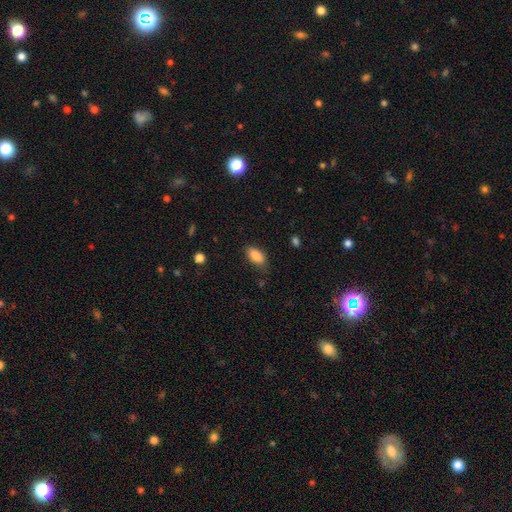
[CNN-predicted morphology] This appears to be a smooth galaxy with no disk features (87%) that is in between round and cigar-shaped (90%). Merging: none (76%).